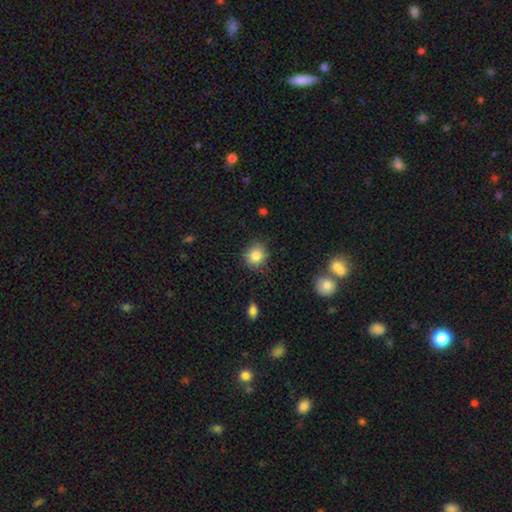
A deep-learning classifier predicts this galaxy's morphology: smooth_or_featured: smooth (p=0.86) [alt: star or artifact p=0.09]
how_rounded: round (p=0.84) [alt: in between p=0.15]
merging: none (p=0.85) [alt: minor disturbance p=0.11]